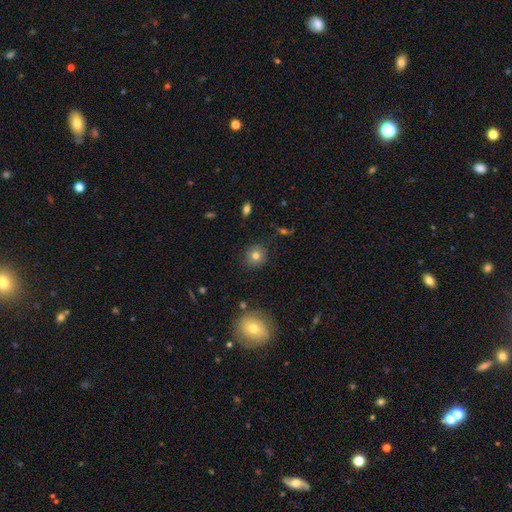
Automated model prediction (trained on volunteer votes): smooth 76%, star or artifact 12%, featured or disk 11%. Down the decision tree: how rounded — round (87%); merging — none (86%).